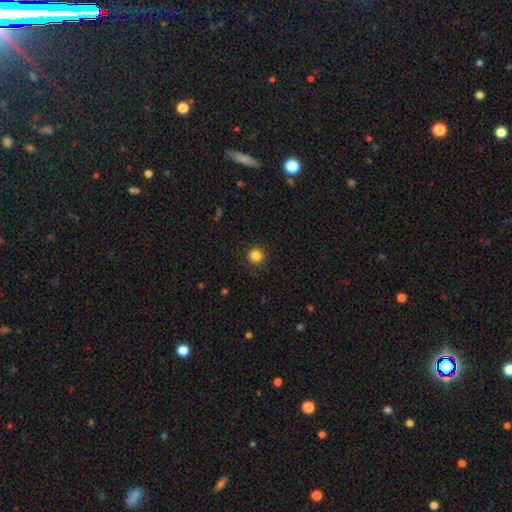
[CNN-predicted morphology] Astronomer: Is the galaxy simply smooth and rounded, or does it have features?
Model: smooth — 84%.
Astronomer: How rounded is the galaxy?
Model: round — 96%.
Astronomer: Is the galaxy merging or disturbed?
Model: none — 92%.